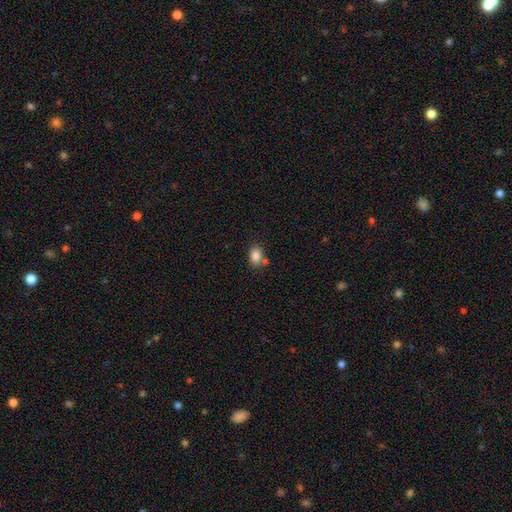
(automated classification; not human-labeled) A smooth galaxy with no disk features (85%) that is in between round and cigar-shaped (83%).

Vote fractions:
- Smooth or featured? smooth: 85% / star or artifact: 9% / featured or disk: 6%
- How rounded? in between: 83% / round: 15% / cigar-shaped: 1%
- Merging? none: 68% / merger: 16% / minor disturbance: 13% / major disturbance: 3%